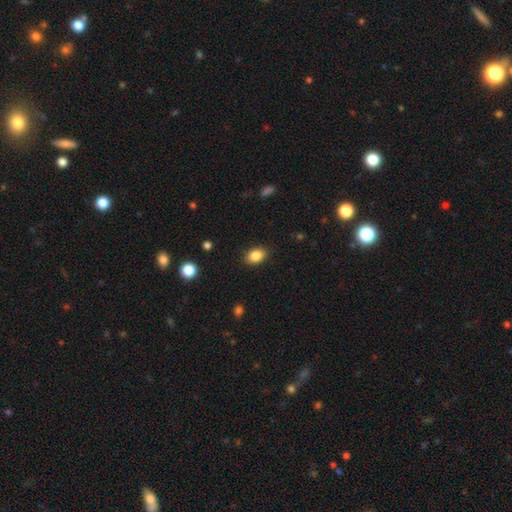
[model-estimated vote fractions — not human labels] Morphology: type=smooth (86%); roundness=in between (75%); merging=none (88%).